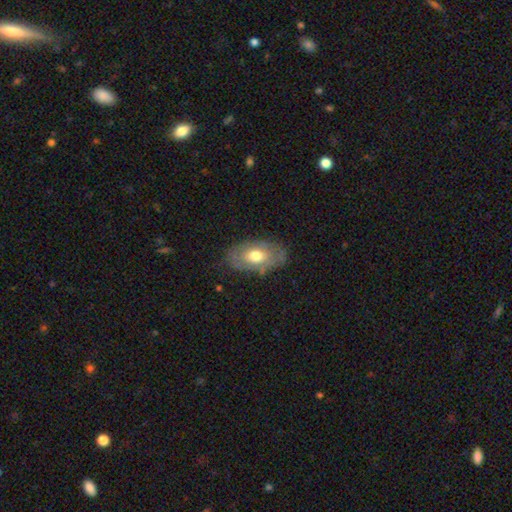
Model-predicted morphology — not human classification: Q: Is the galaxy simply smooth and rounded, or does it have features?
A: smooth — 55%.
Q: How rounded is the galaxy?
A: in between — 91%.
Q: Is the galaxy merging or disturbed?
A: none — 73%.